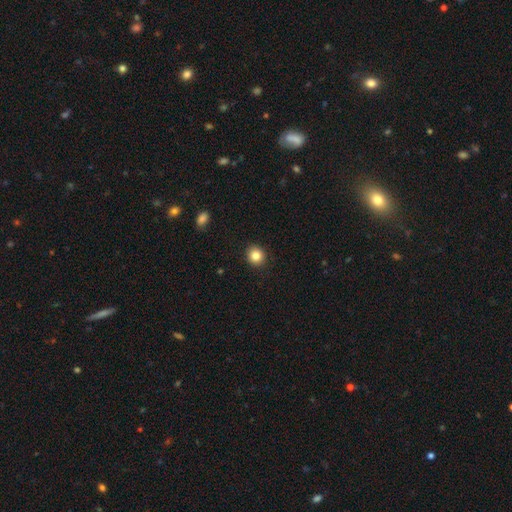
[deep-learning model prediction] Smooth or featured: smooth — 85% (star or artifact — 10%)
How rounded: round — 85% (in between — 14%)
Merging: none — 92% (minor disturbance — 6%)